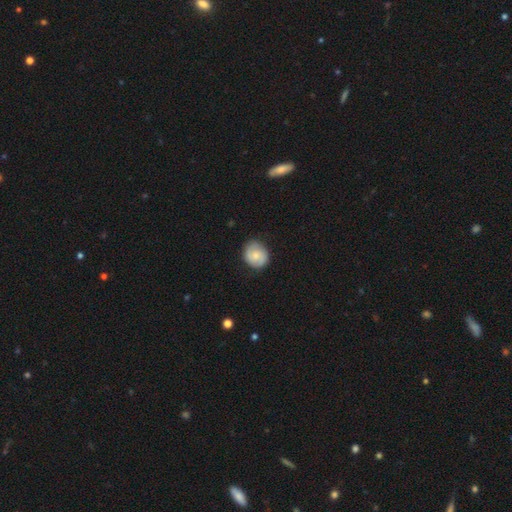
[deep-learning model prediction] Smooth or featured: smooth — 57% (featured or disk — 37%)
How rounded: round — 70% (in between — 29%)
Merging: none — 80% (minor disturbance — 16%)